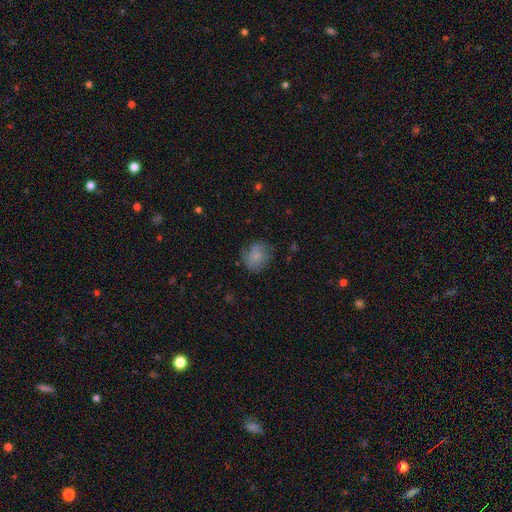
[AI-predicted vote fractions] Smooth or featured?
  - smooth: 73% *
  - featured or disk: 18%
  - star or artifact: 9%
How rounded?
  - round: 76% *
  - in between: 23%
  - cigar-shaped: 1%
Merging?
  - none: 67% *
  - minor disturbance: 23%
  - major disturbance: 8%
  - merger: 1%